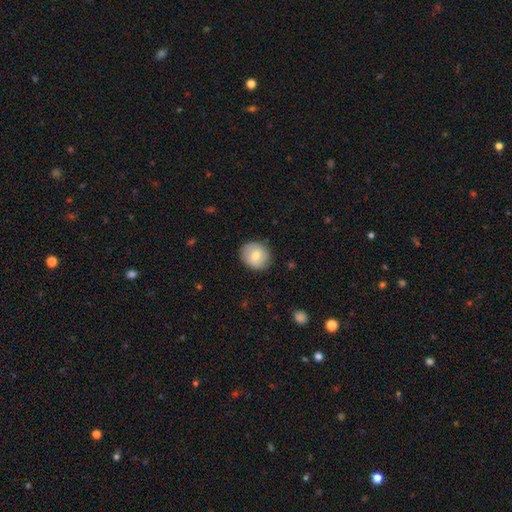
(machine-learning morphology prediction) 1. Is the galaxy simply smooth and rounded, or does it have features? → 75% smooth, 18% featured or disk, 7% star or artifact.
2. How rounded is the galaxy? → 79% round, 20% in between, 1% cigar-shaped.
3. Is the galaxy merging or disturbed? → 84% none, 13% minor disturbance, 3% major disturbance, 1% merger.